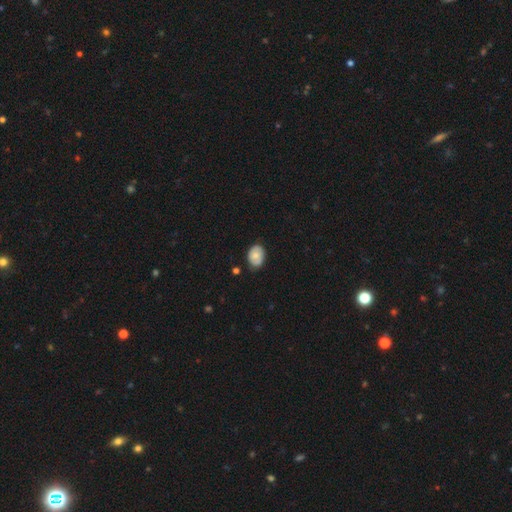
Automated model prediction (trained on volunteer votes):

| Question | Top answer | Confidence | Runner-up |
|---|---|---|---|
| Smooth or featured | smooth | 70% | featured or disk (23%) |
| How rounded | in between | 74% | round (25%) |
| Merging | none | 76% | minor disturbance (19%) |